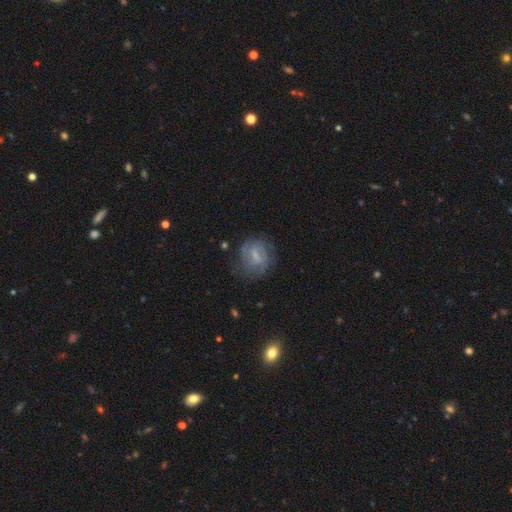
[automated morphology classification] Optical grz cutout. It shows a featured or disk galaxy (62%) with a weak bar (56%), spiral arms (74%) and a small central bulge (47%). Merging: none (64%).